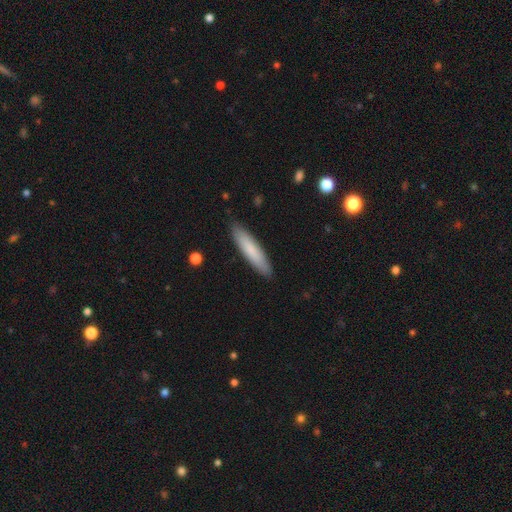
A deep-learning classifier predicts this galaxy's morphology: A smooth galaxy with no disk features (81%) that is cigar-shaped (80%).

Vote fractions:
- Smooth or featured? smooth: 81% / featured or disk: 14% / star or artifact: 5%
- How rounded? cigar-shaped: 80% / in between: 19% / round: 1%
- Merging? none: 89% / minor disturbance: 8% / major disturbance: 2% / merger: 1%